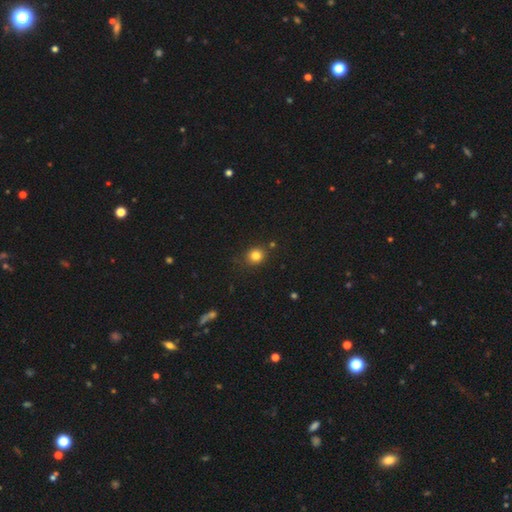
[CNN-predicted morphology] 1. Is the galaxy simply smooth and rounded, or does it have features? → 82% smooth, 13% star or artifact, 6% featured or disk.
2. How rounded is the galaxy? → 83% round, 17% in between, 1% cigar-shaped.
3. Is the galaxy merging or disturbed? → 83% none, 10% minor disturbance, 3% merger, 3% major disturbance.